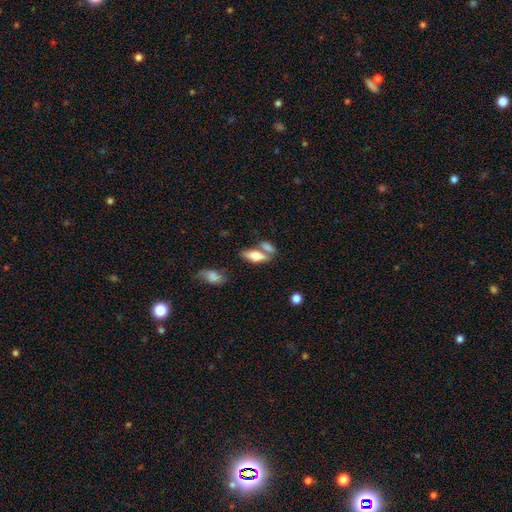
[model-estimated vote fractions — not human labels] The model was most divided on "merging": none: 49%, merger: 34%, minor disturbance: 13%, major disturbance: 5%. More confident: how rounded — in between (68%); smooth or featured — smooth (67%).